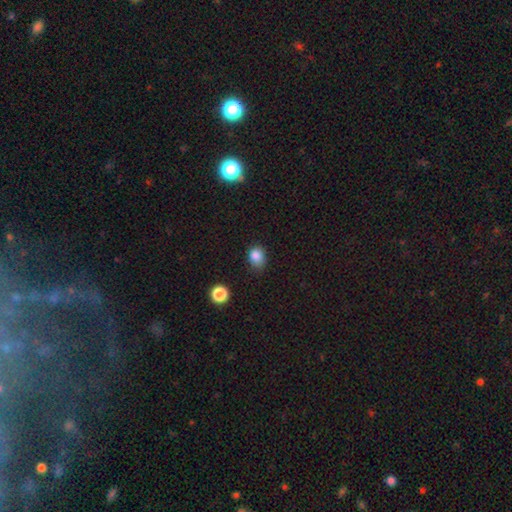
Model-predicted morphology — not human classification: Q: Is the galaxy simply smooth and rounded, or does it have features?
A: smooth — 84%.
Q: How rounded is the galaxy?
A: round — 50%.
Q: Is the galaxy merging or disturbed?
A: none — 67%.